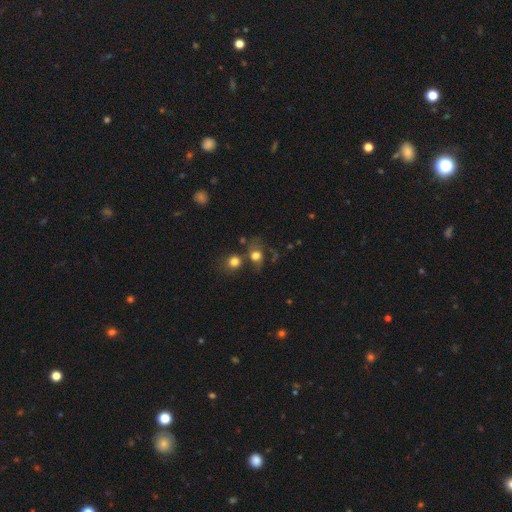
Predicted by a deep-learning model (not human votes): This is likely a smooth galaxy (60%). How rounded: likely round (62%). Merging: marginally none (42%).